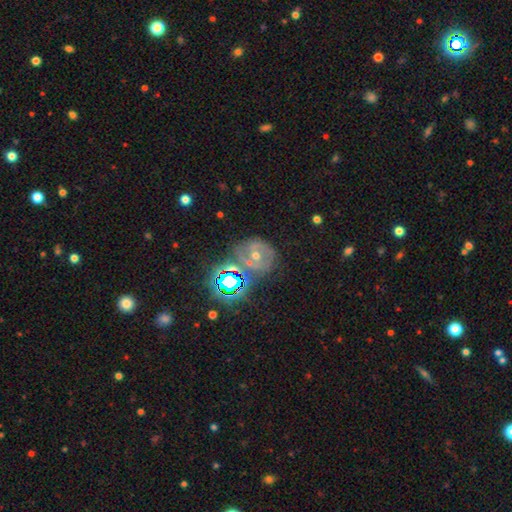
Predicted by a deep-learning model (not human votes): Smooth or featured? Predicted: featured or disk (p=0.49). Merging? Predicted: none (p=0.61).